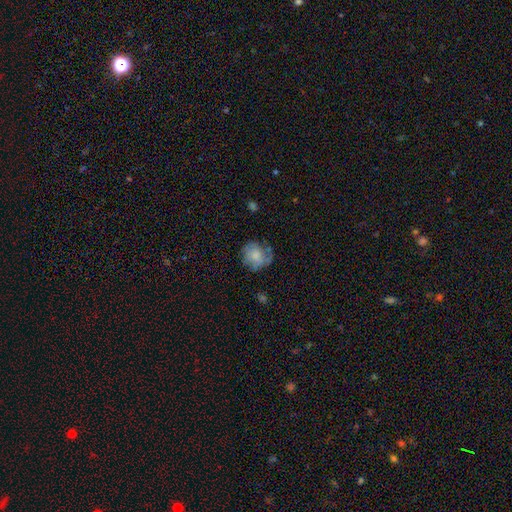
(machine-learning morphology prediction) This is likely a smooth galaxy (63%). How rounded: likely round (75%). Merging: possibly none (56%).